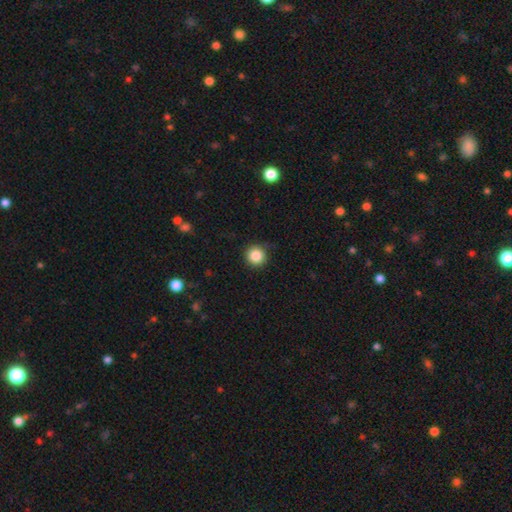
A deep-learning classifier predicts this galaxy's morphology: A smooth galaxy with no disk features (86%) that is round (95%).

Vote fractions:
- Smooth or featured? smooth: 86% / star or artifact: 10% / featured or disk: 4%
- How rounded? round: 95% / in between: 4% / cigar-shaped: 1%
- Merging? none: 87% / minor disturbance: 9% / major disturbance: 3% / merger: 1%